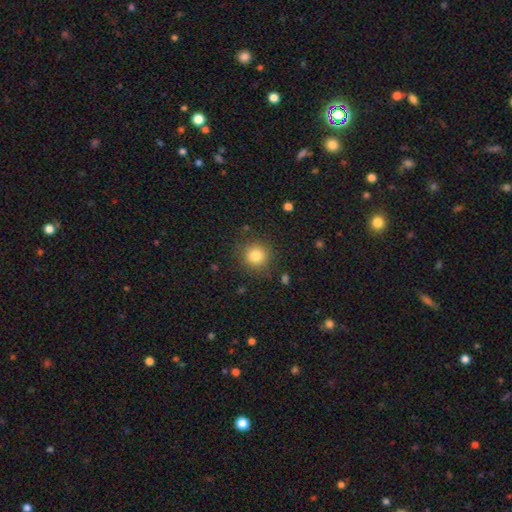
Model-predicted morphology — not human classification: Q: Smooth or featured?
A: smooth (81%); runner-up: star or artifact (12%)
Q: How rounded?
A: round (92%); runner-up: in between (7%)
Q: Merging?
A: none (87%); runner-up: minor disturbance (9%)